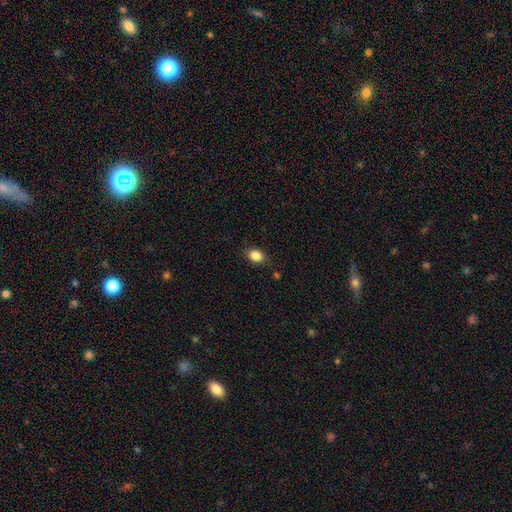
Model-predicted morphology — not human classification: Smooth or featured?
  - smooth: 85% *
  - star or artifact: 9%
  - featured or disk: 5%
How rounded?
  - in between: 66% *
  - round: 33%
  - cigar-shaped: 1%
Merging?
  - none: 81% *
  - minor disturbance: 14%
  - major disturbance: 3%
  - merger: 2%